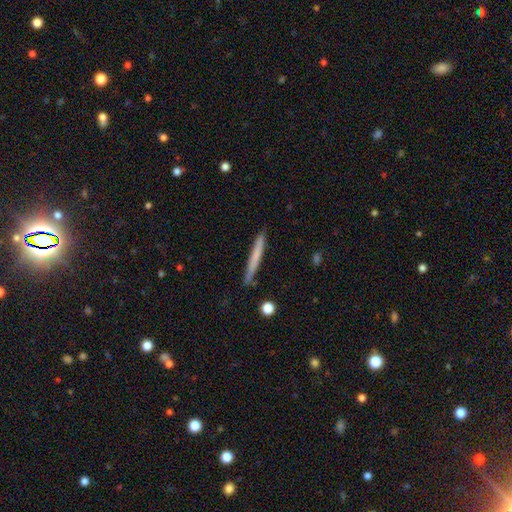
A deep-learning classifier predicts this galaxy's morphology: Smooth or featured? Predicted: smooth (p=0.64). How rounded? Predicted: cigar-shaped (p=0.97). Merging? Predicted: none (p=0.88).